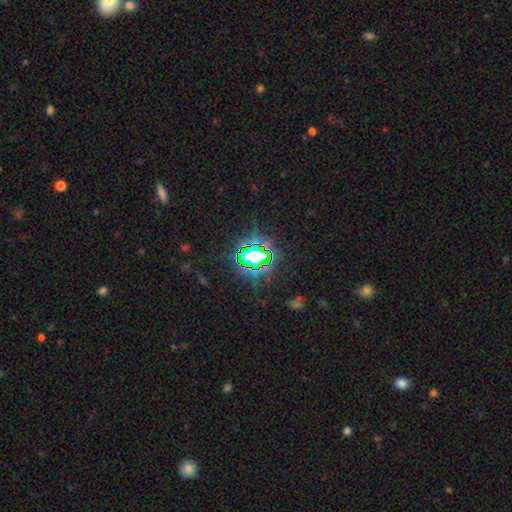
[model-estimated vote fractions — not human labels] star or artifact 77%, smooth 13%, featured or disk 10%.